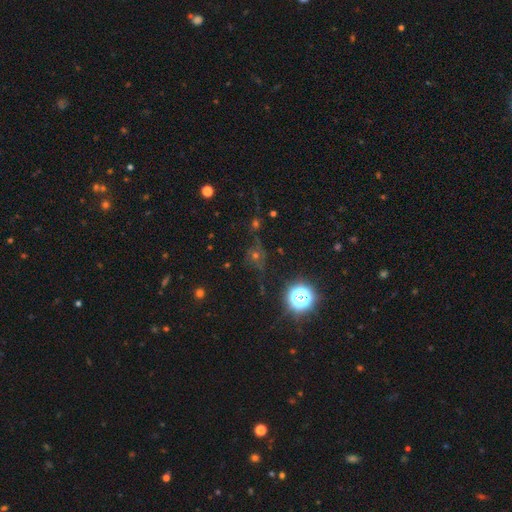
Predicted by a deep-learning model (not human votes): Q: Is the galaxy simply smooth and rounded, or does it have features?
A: star or artifact — 57%.